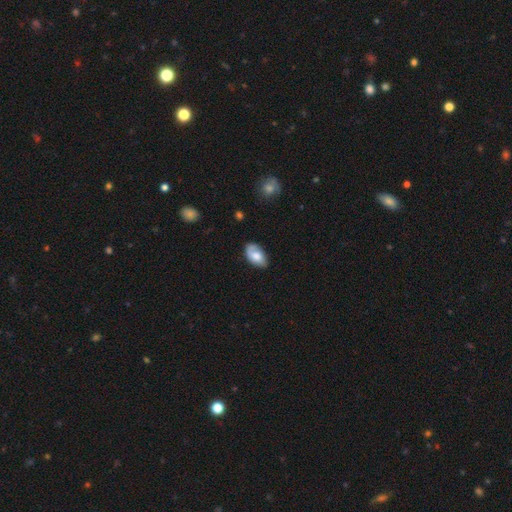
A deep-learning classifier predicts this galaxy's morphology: The model was most divided on "smooth or featured": smooth: 64%, featured or disk: 30%, star or artifact: 7%. More confident: how rounded — in between (93%); merging — none (65%).